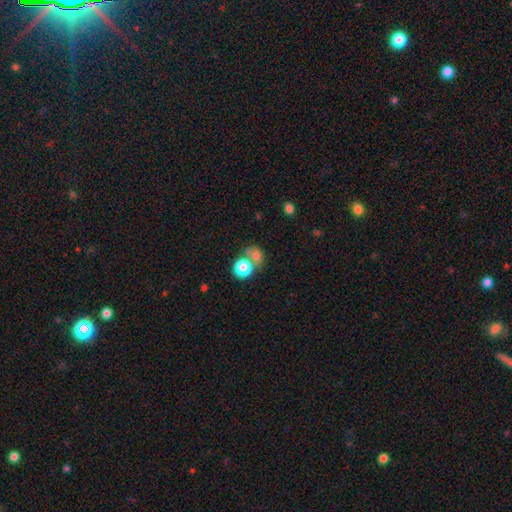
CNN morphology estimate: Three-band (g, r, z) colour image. It shows a smooth galaxy with no disk features (72%) that is round (71%). Merging: merger (44%).